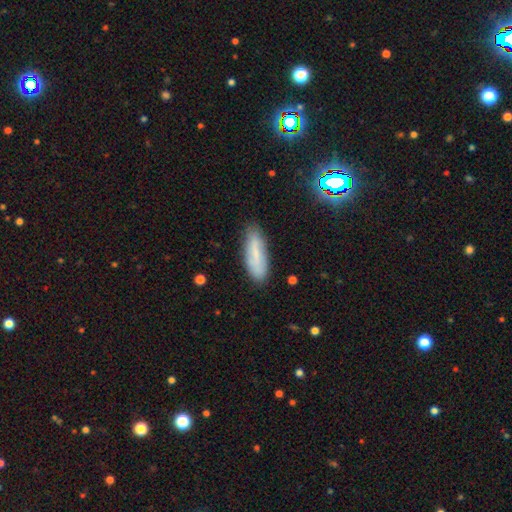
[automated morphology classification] Q: Smooth or featured?
A: smooth (68%); runner-up: featured or disk (23%)
Q: How rounded?
A: in between (51%); runner-up: cigar-shaped (47%)
Q: Merging?
A: none (79%); runner-up: minor disturbance (15%)